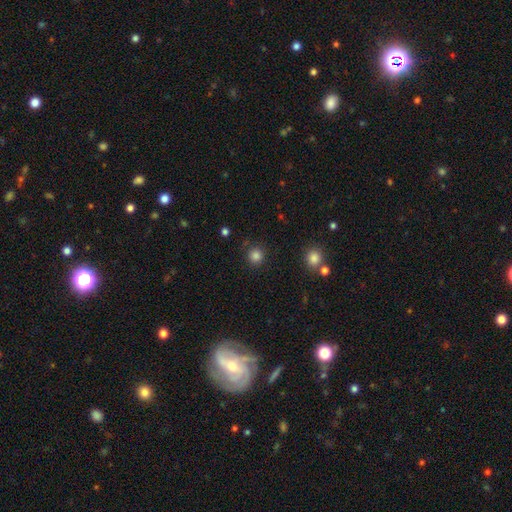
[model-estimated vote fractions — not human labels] smooth 83%, star or artifact 13%, featured or disk 3%. Down the decision tree: how rounded — round (93%); merging — none (87%).